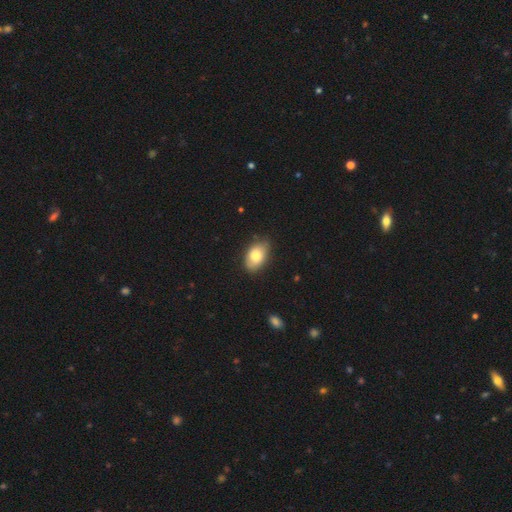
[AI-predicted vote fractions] A smooth galaxy with no disk features (79%) that is in between round and cigar-shaped (89%).

Vote fractions:
- Smooth or featured? smooth: 79% / featured or disk: 14% / star or artifact: 7%
- How rounded? in between: 89% / round: 9% / cigar-shaped: 1%
- Merging? none: 78% / minor disturbance: 18% / major disturbance: 3% / merger: 1%